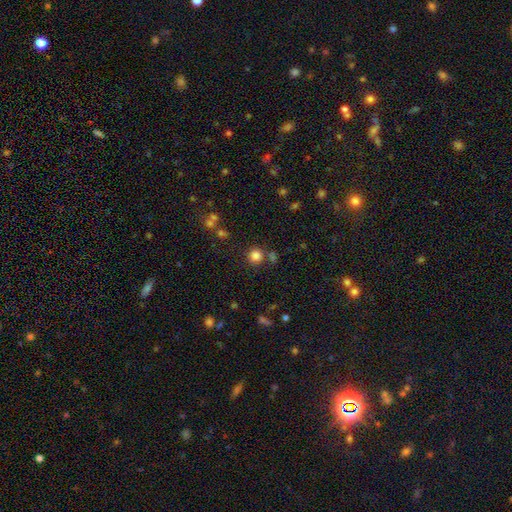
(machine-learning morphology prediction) Smooth or featured? smooth (82%)
How rounded? round (93%)
Merging? none (78%)